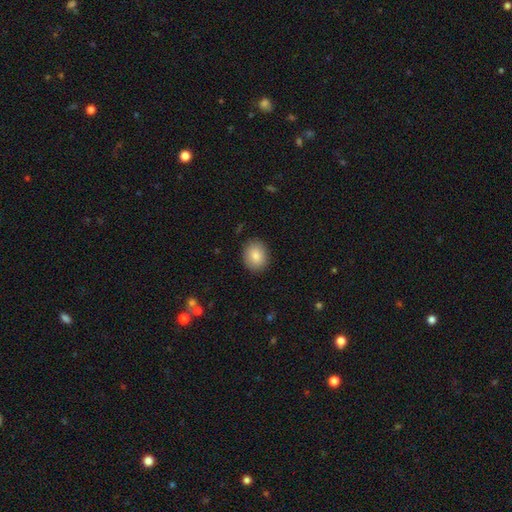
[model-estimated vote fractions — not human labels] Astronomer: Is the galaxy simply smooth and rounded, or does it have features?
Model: smooth — 85%.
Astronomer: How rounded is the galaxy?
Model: round — 52% (runner-up: in between, 48%).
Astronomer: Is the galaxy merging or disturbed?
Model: none — 88%.